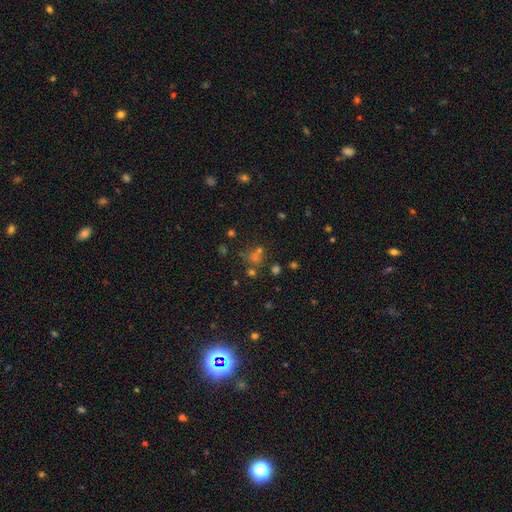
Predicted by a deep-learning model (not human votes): Q: Smooth or featured?
A: star or artifact (55%); runner-up: smooth (32%)